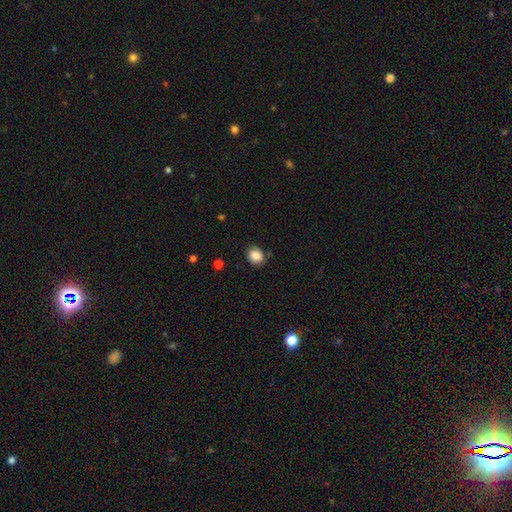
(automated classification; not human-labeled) A smooth galaxy with no disk features (86%) that is round (68%). Merging: none (85%).